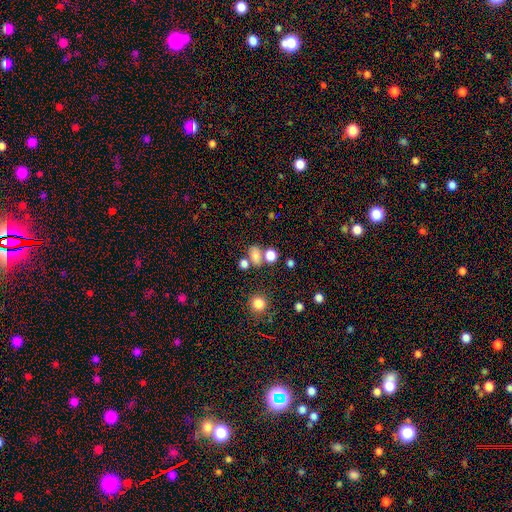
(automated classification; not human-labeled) smooth 72%, star or artifact 18%, featured or disk 10%. Down the decision tree: how rounded — in between (65%); merging — none (52%).